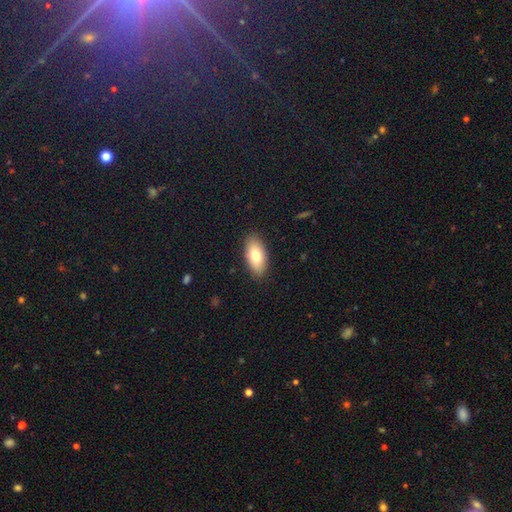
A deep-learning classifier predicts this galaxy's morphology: Smooth or featured?
  - smooth: 77% *
  - featured or disk: 17%
  - star or artifact: 6%
How rounded?
  - in between: 90% *
  - cigar-shaped: 7%
  - round: 3%
Merging?
  - none: 88% *
  - minor disturbance: 9%
  - major disturbance: 2%
  - merger: 1%